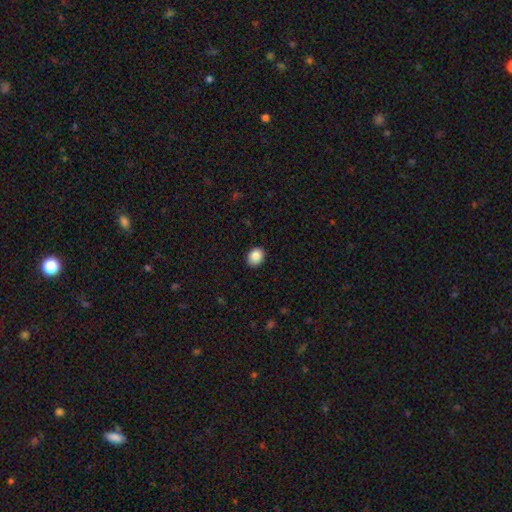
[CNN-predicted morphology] Smooth or featured: smooth — 86% (star or artifact — 8%)
How rounded: in between — 55% (round — 44%)
Merging: none — 89% (minor disturbance — 9%)